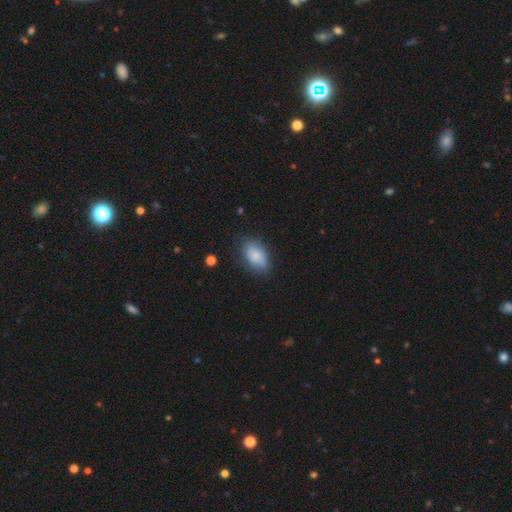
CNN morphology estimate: Smooth or featured? smooth (83%)
How rounded? in between (91%)
Merging? none (74%)